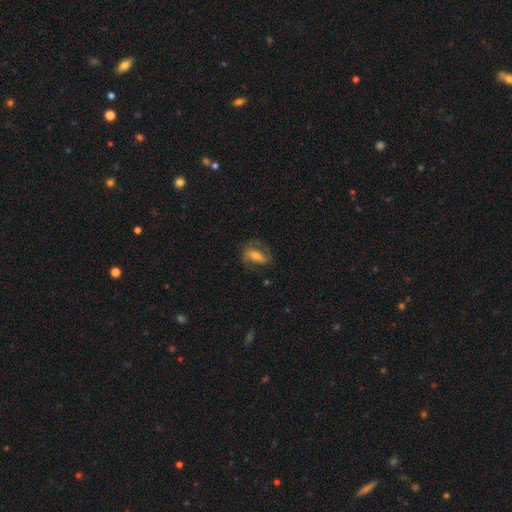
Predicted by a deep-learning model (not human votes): Smooth or featured? featured or disk (56%)
Edge-on disk? no (90%)
Merging? none (62%)